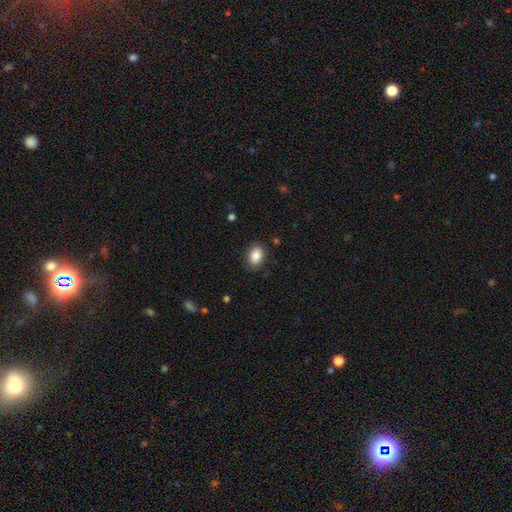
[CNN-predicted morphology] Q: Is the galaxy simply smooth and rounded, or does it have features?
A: smooth — 86%.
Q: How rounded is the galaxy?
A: in between — 70%.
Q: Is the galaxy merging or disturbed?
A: none — 85%.